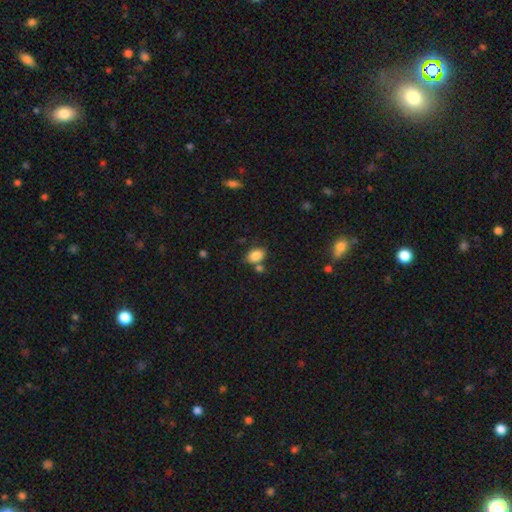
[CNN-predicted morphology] A smooth galaxy with no disk features (84%) that is in between round and cigar-shaped (82%).

Vote fractions:
- Smooth or featured? smooth: 84% / star or artifact: 9% / featured or disk: 7%
- How rounded? in between: 82% / round: 16% / cigar-shaped: 1%
- Merging? none: 63% / merger: 18% / minor disturbance: 15% / major disturbance: 4%